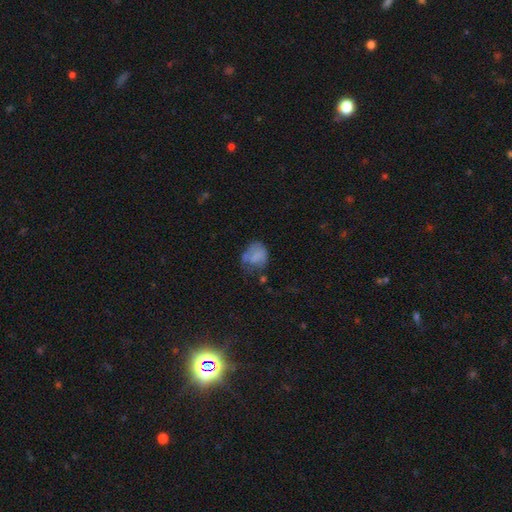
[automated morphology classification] A smooth galaxy with no disk features (67%) that is round (51%).

Vote fractions:
- Smooth or featured? smooth: 67% / featured or disk: 22% / star or artifact: 11%
- How rounded? round: 51% / in between: 48% / cigar-shaped: 1%
- Merging? none: 35% / minor disturbance: 31% / major disturbance: 26% / merger: 8%